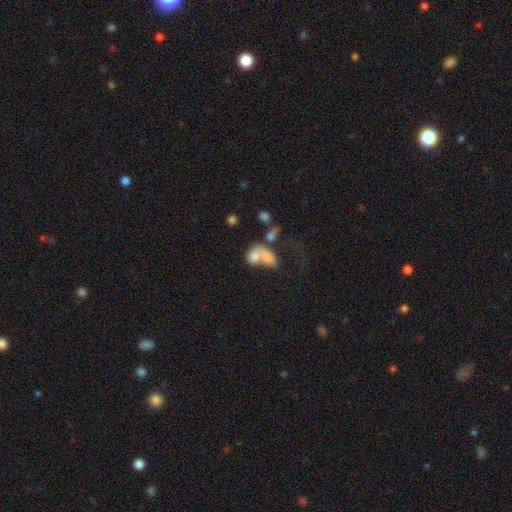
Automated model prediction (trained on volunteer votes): Smooth or featured? Predicted: smooth (p=0.73). How rounded? Predicted: in between (p=0.67). Merging? Predicted: merger (p=0.61).